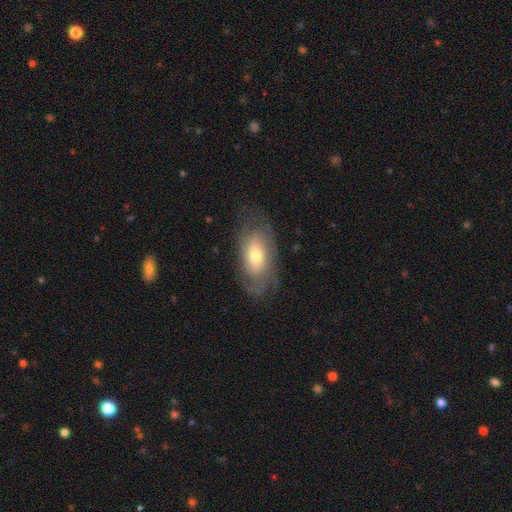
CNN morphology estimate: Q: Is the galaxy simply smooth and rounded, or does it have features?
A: featured or disk — 56%.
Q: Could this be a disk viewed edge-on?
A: no — 89%.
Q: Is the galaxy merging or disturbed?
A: none — 69%.